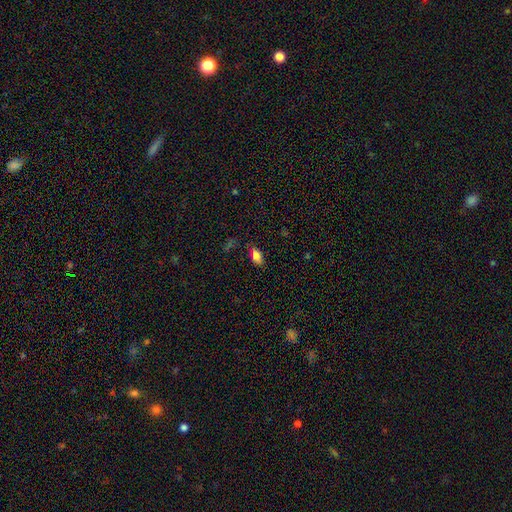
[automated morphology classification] The model was most divided on "merging": none: 75%, minor disturbance: 17%, major disturbance: 5%, merger: 4%. More confident: how rounded — in between (90%); smooth or featured — smooth (79%).